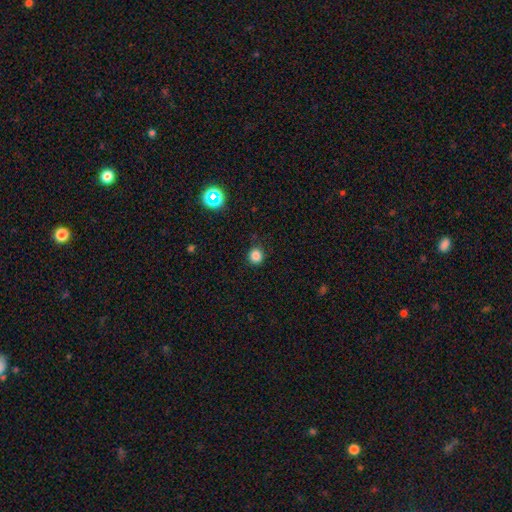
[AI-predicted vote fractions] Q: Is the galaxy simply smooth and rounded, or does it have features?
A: smooth — 83%.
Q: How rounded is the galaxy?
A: round — 89%.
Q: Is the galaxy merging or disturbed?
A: none — 88%.